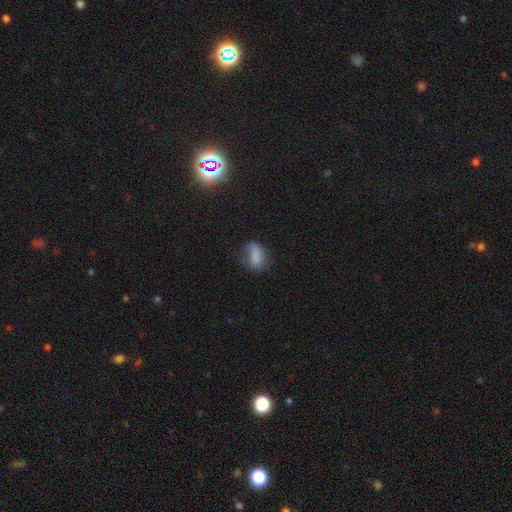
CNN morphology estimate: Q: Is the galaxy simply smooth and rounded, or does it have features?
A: smooth — 76%.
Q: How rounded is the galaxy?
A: in between — 79%.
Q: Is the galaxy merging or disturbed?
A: none — 49%.